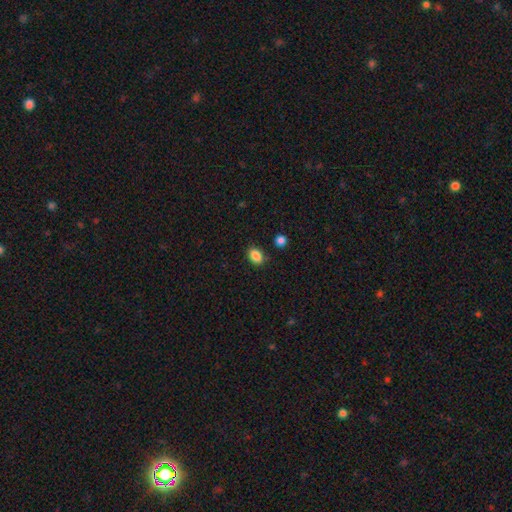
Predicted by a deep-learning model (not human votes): Smooth or featured: smooth — 86% (star or artifact — 10%)
How rounded: in between — 68% (round — 31%)
Merging: none — 82% (minor disturbance — 12%)